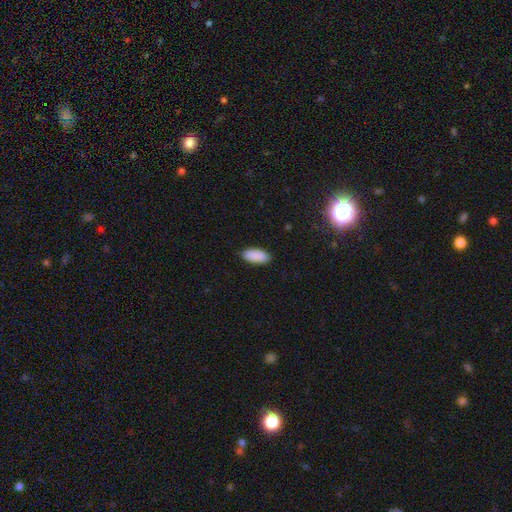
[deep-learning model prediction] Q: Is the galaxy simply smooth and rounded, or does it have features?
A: smooth — 91%.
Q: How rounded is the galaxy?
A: in between — 89%.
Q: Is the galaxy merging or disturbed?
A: none — 88%.